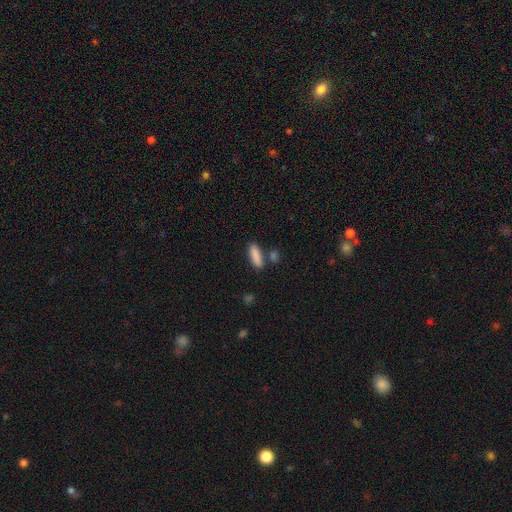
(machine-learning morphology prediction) Smooth or featured: smooth — 88% (star or artifact — 7%)
How rounded: in between — 51% (cigar-shaped — 47%)
Merging: none — 77% (minor disturbance — 11%)